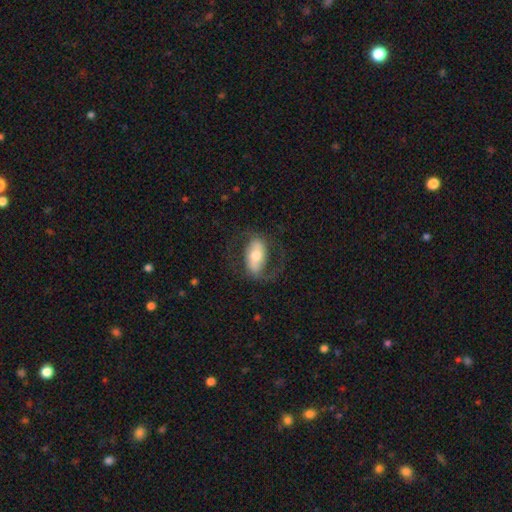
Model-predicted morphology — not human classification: Q: Smooth or featured?
A: featured or disk (69%); runner-up: smooth (25%)
Q: Edge-on disk?
A: no (94%); runner-up: yes (6%)
Q: Bar?
A: strong (44%); runner-up: weak (33%)
Q: Spiral arms?
A: yes (84%); runner-up: no (16%)
Q: Spiral winding?
A: medium (48%); runner-up: loose (38%)
Q: Spiral arm count?
A: 2 (85%); runner-up: 1 (6%)
Q: Bulge size?
A: moderate (64%); runner-up: small (18%)
Q: Merging?
A: none (68%); runner-up: major disturbance (16%)